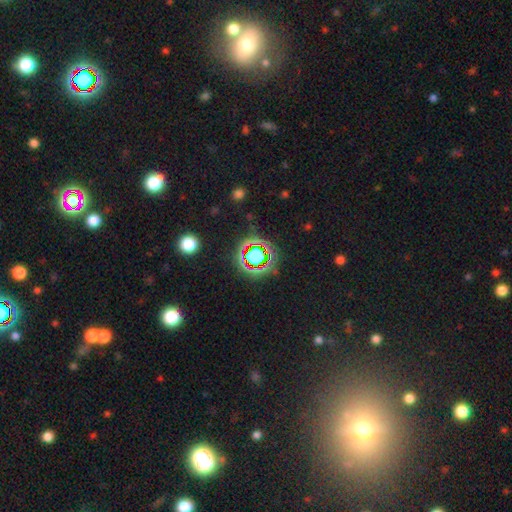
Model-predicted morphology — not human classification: smooth_or_featured: star or artifact (p=0.67) [alt: smooth p=0.22]